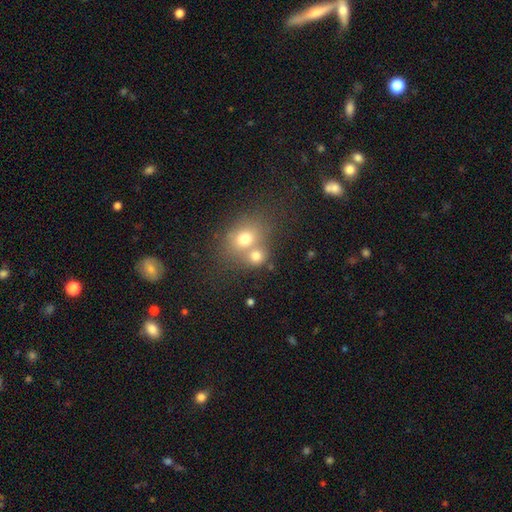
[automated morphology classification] Overall: smooth (72%). How rounded: round (65%; in between 34%). Merging: merger (54%; none 34%).